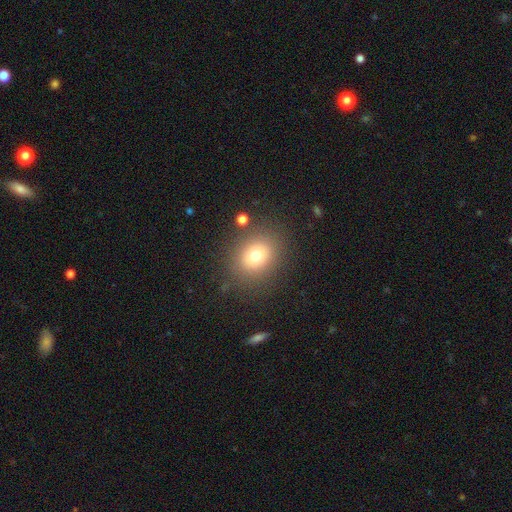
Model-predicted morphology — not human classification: type=smooth (74%); roundness=round (58%); merging=none (82%).